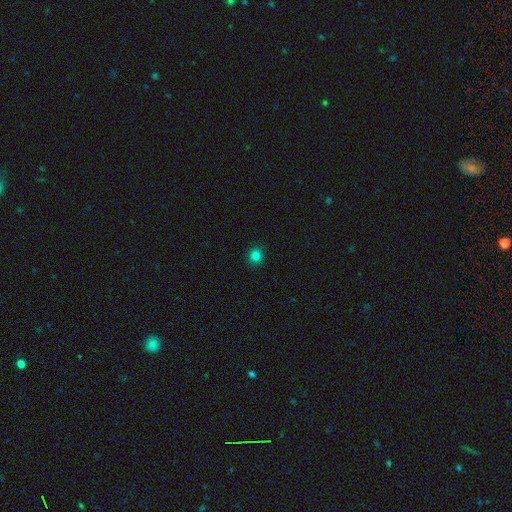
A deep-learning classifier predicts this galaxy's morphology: smooth_or_featured: smooth (p=0.81) [alt: star or artifact p=0.15]
how_rounded: round (p=0.90) [alt: in between p=0.09]
merging: none (p=0.92) [alt: minor disturbance p=0.06]